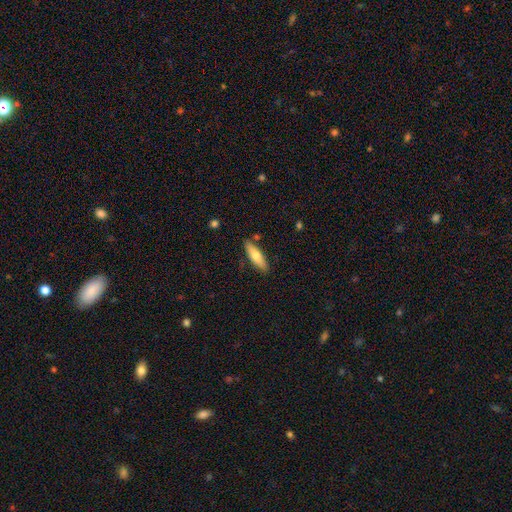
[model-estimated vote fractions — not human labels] The model was most divided on "how rounded": cigar-shaped: 54%, in between: 44%, round: 2%. More confident: merging — none (84%); smooth or featured — smooth (67%).